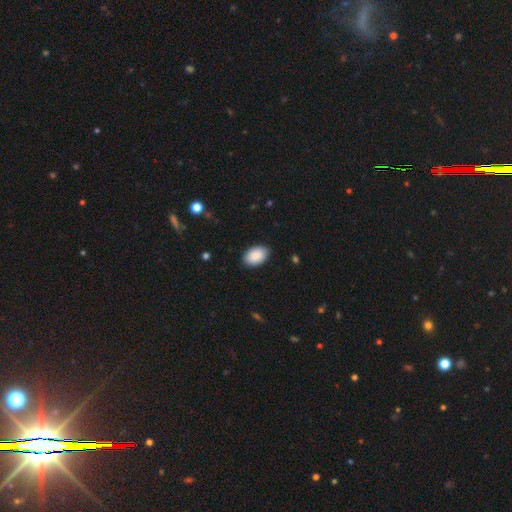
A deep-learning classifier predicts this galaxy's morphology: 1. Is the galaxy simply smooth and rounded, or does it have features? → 90% smooth, 6% star or artifact, 4% featured or disk.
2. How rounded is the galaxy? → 91% in between, 8% round, 1% cigar-shaped.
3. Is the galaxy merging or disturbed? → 87% none, 10% minor disturbance, 2% major disturbance, 1% merger.